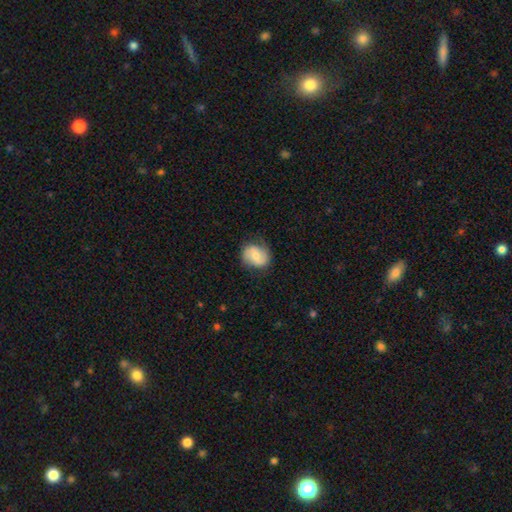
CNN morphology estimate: type=featured or disk (50%); merging=none (75%).